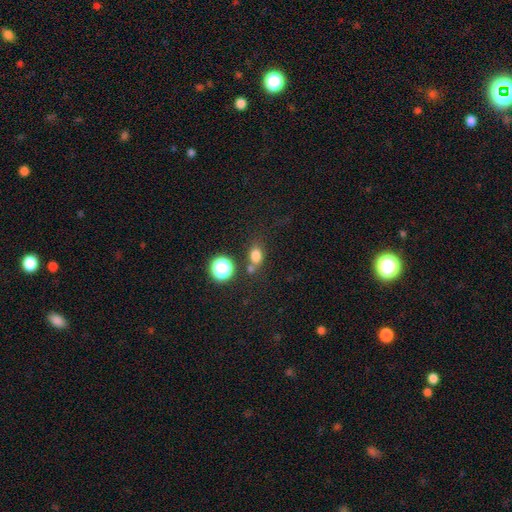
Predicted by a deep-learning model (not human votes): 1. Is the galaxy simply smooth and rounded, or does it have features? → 76% smooth, 17% star or artifact, 8% featured or disk.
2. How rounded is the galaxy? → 58% in between, 40% round, 2% cigar-shaped.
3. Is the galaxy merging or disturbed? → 60% none, 20% merger, 14% minor disturbance, 6% major disturbance.